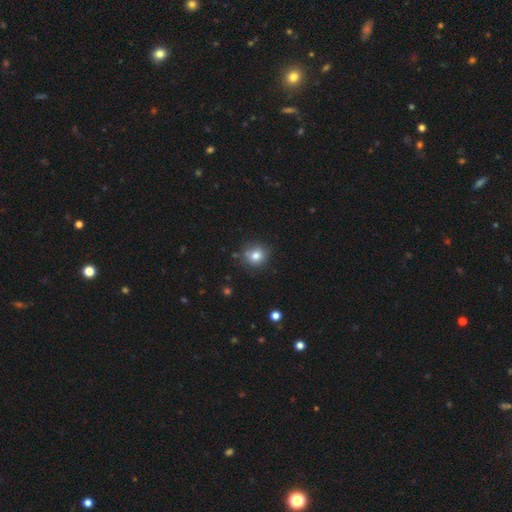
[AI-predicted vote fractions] Smooth or featured?
  - smooth: 81% *
  - star or artifact: 11%
  - featured or disk: 8%
How rounded?
  - round: 81% *
  - in between: 18%
  - cigar-shaped: 1%
Merging?
  - none: 79% *
  - minor disturbance: 14%
  - major disturbance: 3%
  - merger: 3%